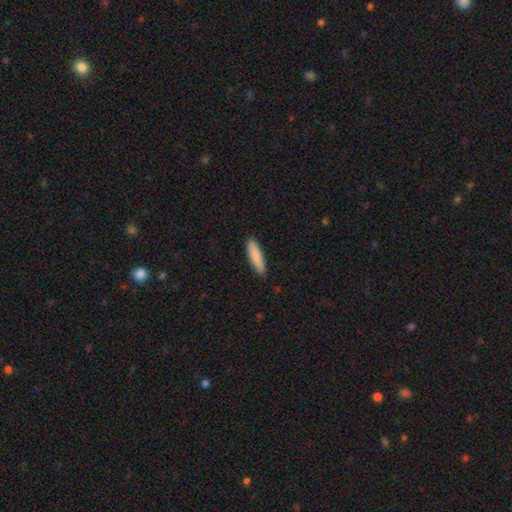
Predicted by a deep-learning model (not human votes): Q: Smooth or featured?
A: smooth (86%); runner-up: featured or disk (8%)
Q: How rounded?
A: cigar-shaped (77%); runner-up: in between (22%)
Q: Merging?
A: none (89%); runner-up: minor disturbance (9%)